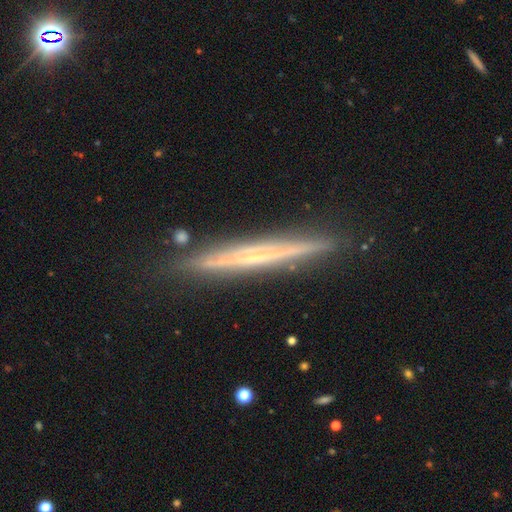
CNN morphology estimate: The model was most divided on "smooth or featured": featured or disk: 71%, smooth: 23%, star or artifact: 6%. More confident: edge-on disk — yes (96%); merging — none (88%); edge-on bulge — none (73%).